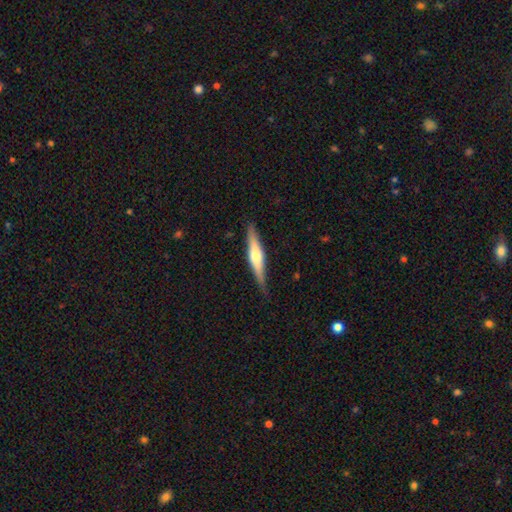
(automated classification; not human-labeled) The model was most divided on "smooth or featured": featured or disk: 59%, smooth: 36%, star or artifact: 5%. More confident: edge-on disk — yes (96%); merging — none (84%); edge-on bulge — rounded (84%).